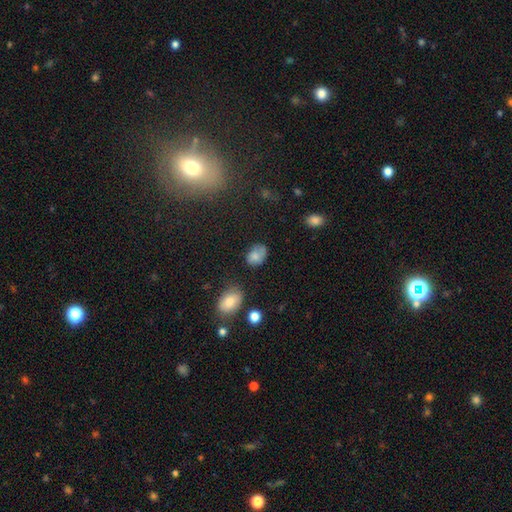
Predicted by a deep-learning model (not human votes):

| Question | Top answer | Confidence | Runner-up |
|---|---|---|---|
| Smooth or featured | smooth | 77% | featured or disk (12%) |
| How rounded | in between | 73% | round (25%) |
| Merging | none | 56% | minor disturbance (31%) |